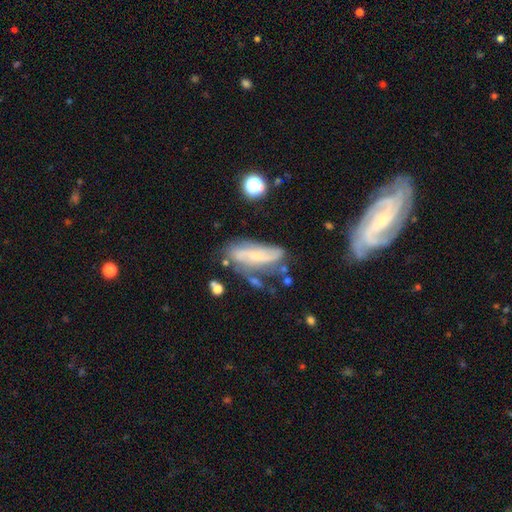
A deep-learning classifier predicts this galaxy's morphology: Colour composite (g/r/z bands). It shows a featured or disk galaxy (59%). Merging: none (49%).